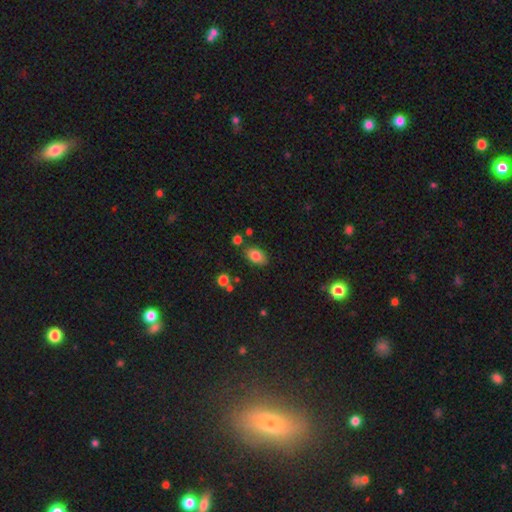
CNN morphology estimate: A smooth galaxy with no disk features (83%) that is in between round and cigar-shaped (88%). Merging: none (80%).